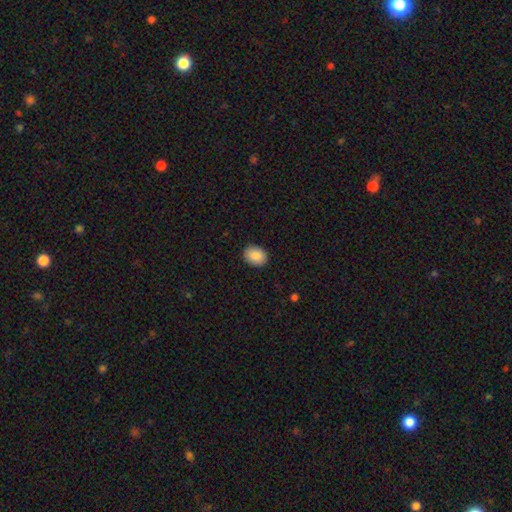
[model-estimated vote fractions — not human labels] This appears to be a smooth galaxy with no disk features (87%) that is in between round and cigar-shaped (58%). Merging: none (90%).